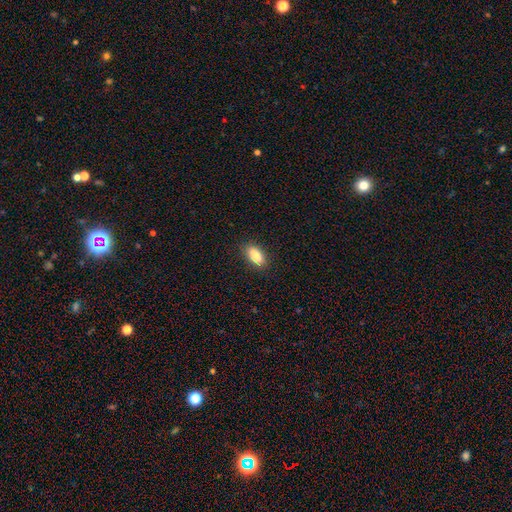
Smooth or featured: smooth — 81% (featured or disk — 11%)
How rounded: in between — 87% (round — 7%)
Merging: none — 88% (minor disturbance — 12%)